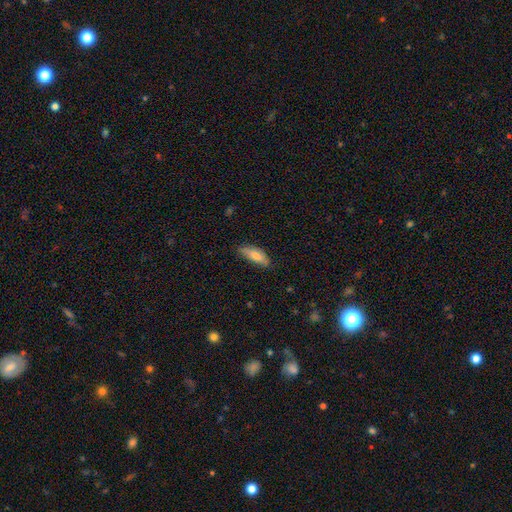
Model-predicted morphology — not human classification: smooth_or_featured: smooth (p=0.74) [alt: featured or disk p=0.19]
how_rounded: in between (p=0.56) [alt: cigar-shaped p=0.42]
merging: none (p=0.78) [alt: minor disturbance p=0.18]